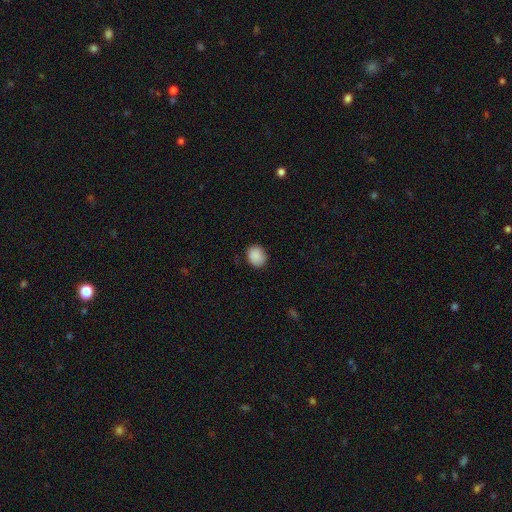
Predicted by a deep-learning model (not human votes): Smooth or featured: smooth — 89% (star or artifact — 8%)
How rounded: round — 62% (in between — 38%)
Merging: none — 84% (minor disturbance — 13%)